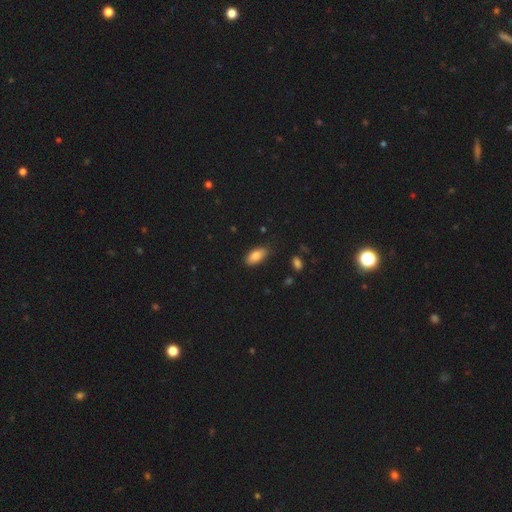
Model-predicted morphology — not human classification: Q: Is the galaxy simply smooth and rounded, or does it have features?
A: smooth — 84%.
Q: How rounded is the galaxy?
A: in between — 90%.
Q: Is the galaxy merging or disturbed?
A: none — 82%.